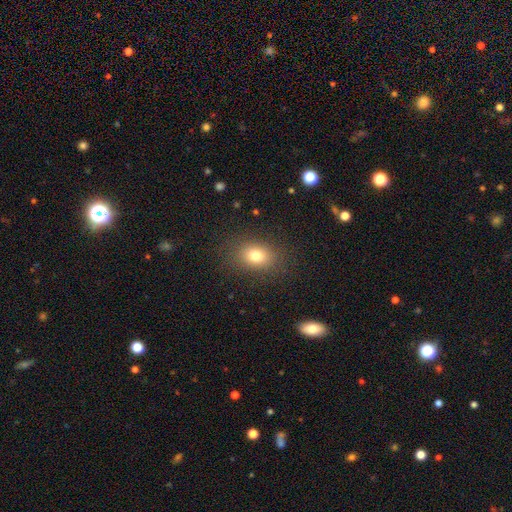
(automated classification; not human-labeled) This appears to be a smooth galaxy with no disk features (78%) that is in between round and cigar-shaped (66%). Merging: none (85%).